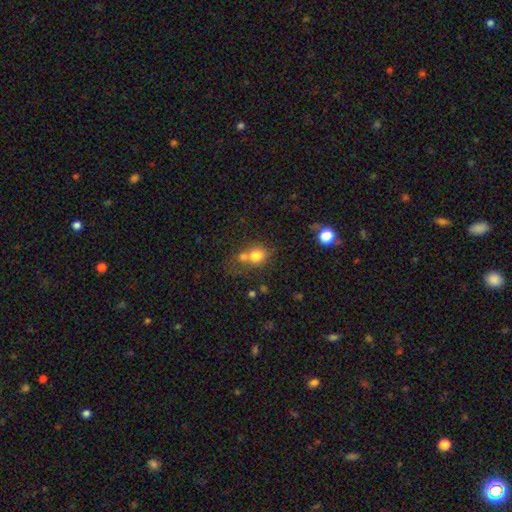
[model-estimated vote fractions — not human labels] A smooth galaxy with no disk features (74%) that is round (65%).

Vote fractions:
- Smooth or featured? smooth: 74% / featured or disk: 14% / star or artifact: 12%
- How rounded? round: 65% / in between: 34% / cigar-shaped: 1%
- Merging? merger: 47% / none: 33% / minor disturbance: 12% / major disturbance: 8%